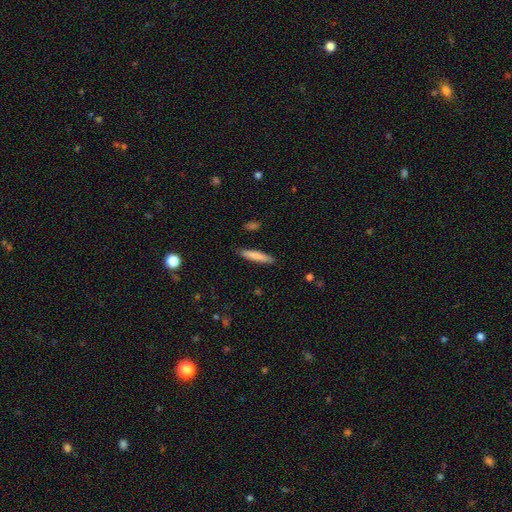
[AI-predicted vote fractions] A smooth galaxy with no disk features (80%) that is cigar-shaped (89%). Merging: none (87%).